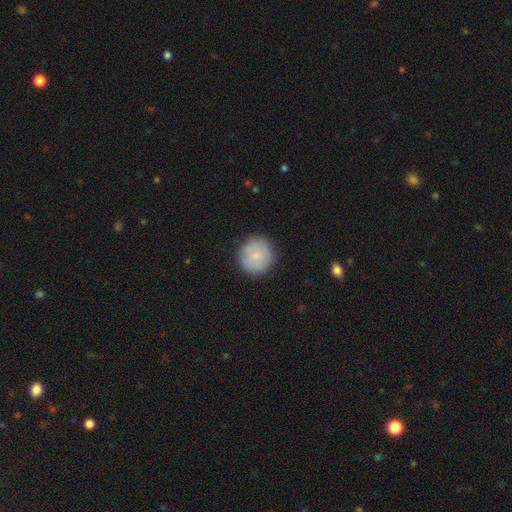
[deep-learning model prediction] This appears to be a smooth galaxy with no disk features (76%) that is round (92%). Merging: none (86%).